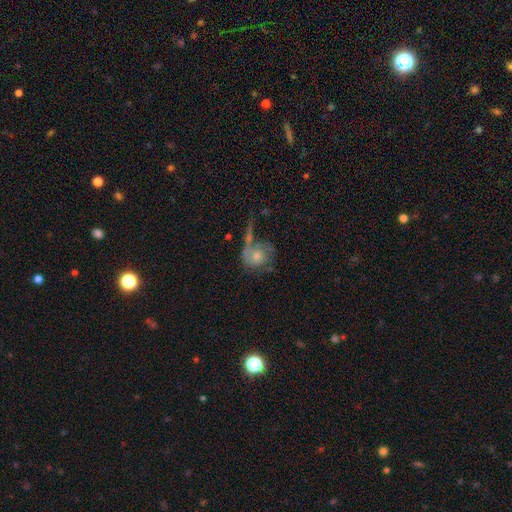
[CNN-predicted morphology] Smooth or featured? Predicted: smooth (p=0.49). Merging? Predicted: none (p=0.36).